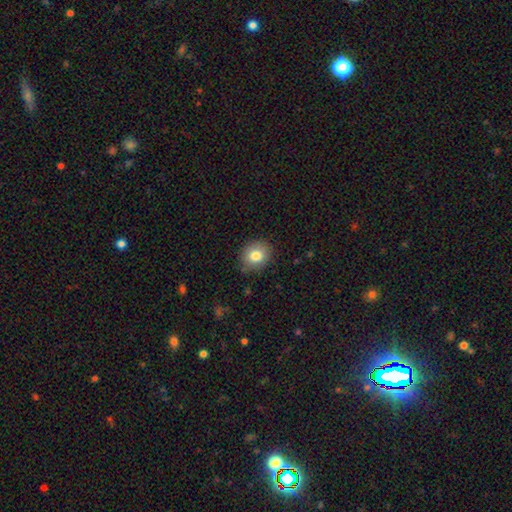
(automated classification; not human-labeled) Smooth or featured: smooth — 81% (star or artifact — 10%)
How rounded: round — 73% (in between — 26%)
Merging: none — 85% (minor disturbance — 12%)